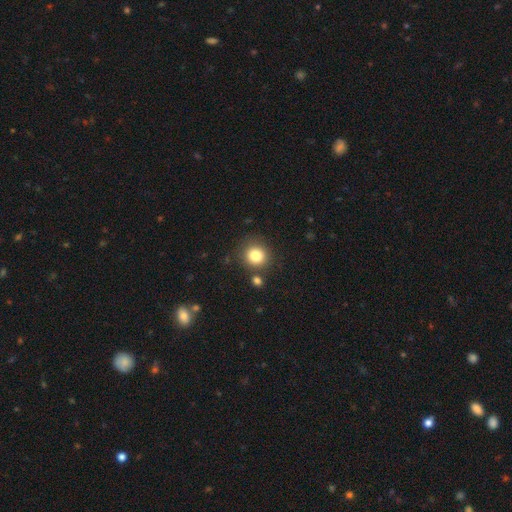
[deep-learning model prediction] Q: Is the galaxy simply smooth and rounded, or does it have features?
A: smooth — 81%.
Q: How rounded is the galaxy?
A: round — 91%.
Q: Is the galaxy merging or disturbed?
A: none — 80%.